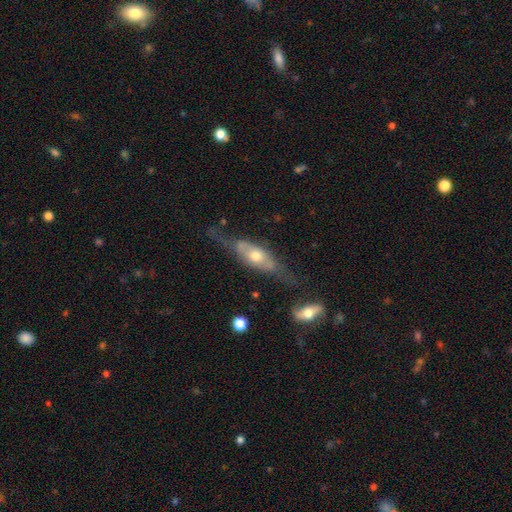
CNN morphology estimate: smooth-or-featured: featured or disk: 63% | smooth: 31% | star or artifact: 6%
  disk-edge-on: yes: 50% (tied) | no: 50% (tied)
  merging: none: 50% | minor disturbance: 26% | major disturbance: 18% | merger: 7%